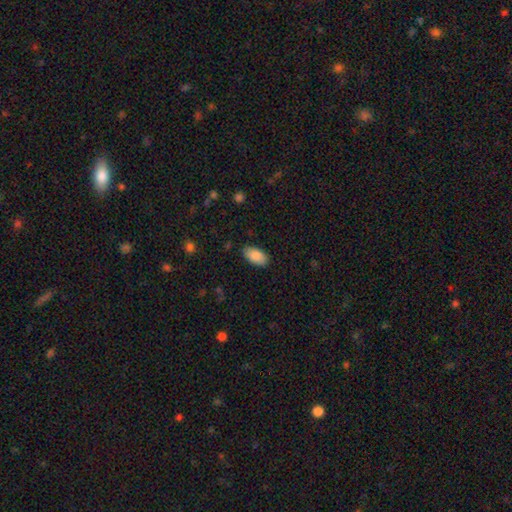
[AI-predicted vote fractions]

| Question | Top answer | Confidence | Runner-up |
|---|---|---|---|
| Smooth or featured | smooth | 88% | star or artifact (7%) |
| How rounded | in between | 95% | round (3%) |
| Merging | none | 87% | minor disturbance (10%) |